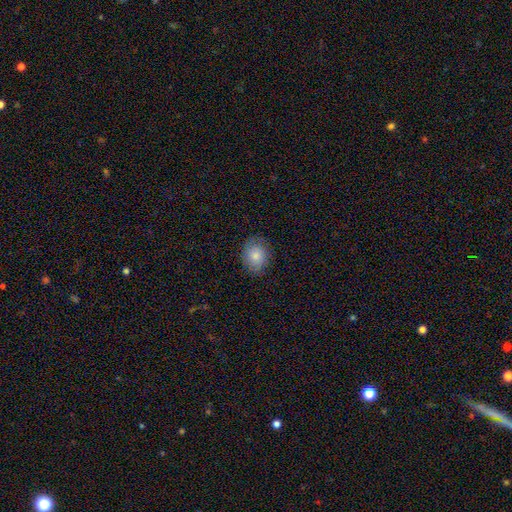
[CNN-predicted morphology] The model was most divided on "how rounded": round: 58%, in between: 41%, cigar-shaped: 1%. More confident: smooth or featured — smooth (80%); merging — none (79%).